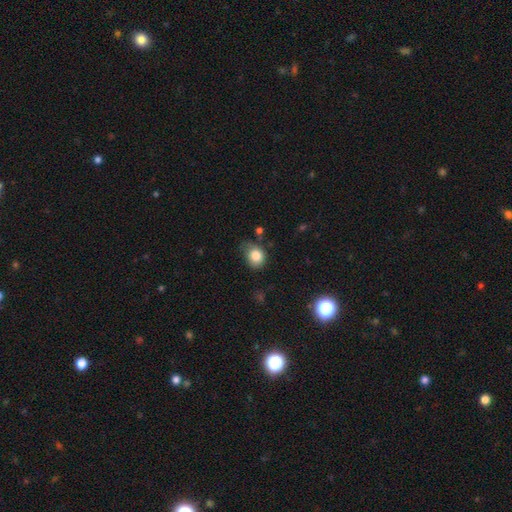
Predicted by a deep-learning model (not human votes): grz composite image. It shows a smooth galaxy with no disk features (82%) that is round (57%). Merging: none (55%).